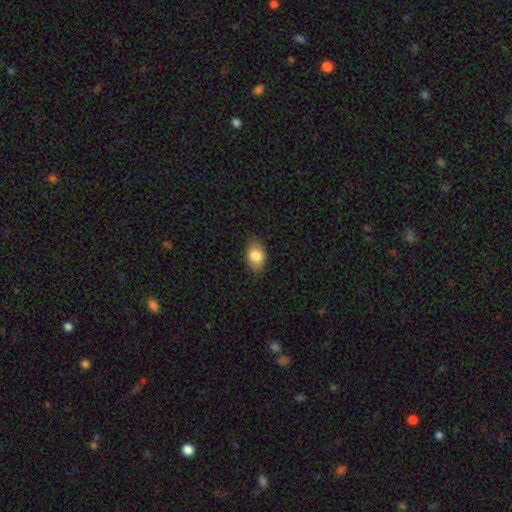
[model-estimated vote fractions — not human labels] Overall: smooth (82%). How rounded: in between (87%). Merging: none (83%).